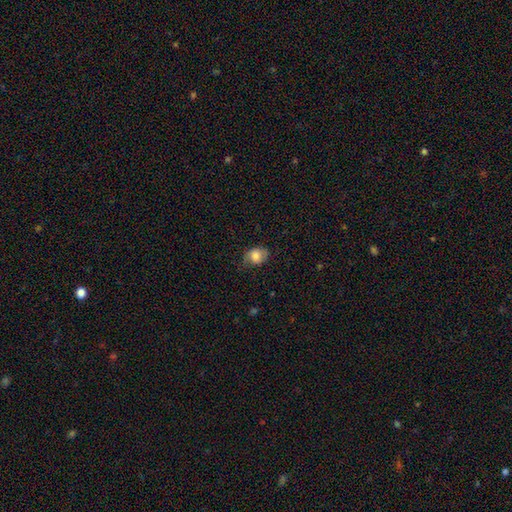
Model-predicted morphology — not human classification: smooth-or-featured: smooth: 78% | featured or disk: 14% | star or artifact: 8%
  how-rounded: in between: 57% | round: 42% | cigar-shaped: 1%
  merging: none: 60% | minor disturbance: 29% | major disturbance: 10% | merger: 1%